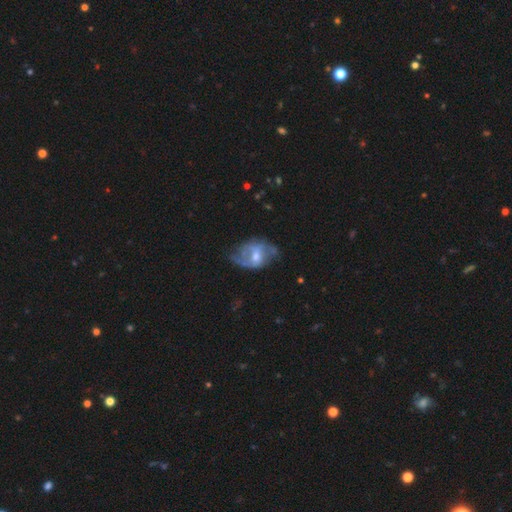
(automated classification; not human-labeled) Smooth or featured?
  - featured or disk: 66% *
  - smooth: 26%
  - star or artifact: 7%
Edge-on disk?
  - no: 96% *
  - yes: 4%
Bar?
  - no: 44% * (tied)
  - weak: 44% * (tied)
  - strong: 12%
Spiral arms?
  - yes: 67% *
  - no: 33%
Bulge size?
  - moderate: 56% *
  - small: 32%
  - large: 6%
  - none: 5%
  - dominant: 1%
Merging?
  - none: 46% *
  - minor disturbance: 29%
  - major disturbance: 23%
  - merger: 3%